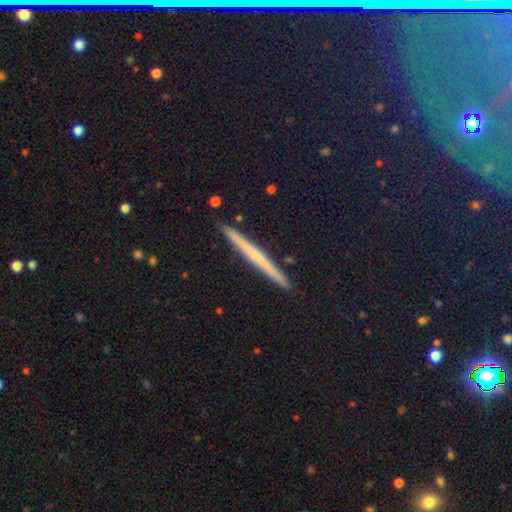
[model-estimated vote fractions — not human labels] Smooth or featured: featured or disk — 46% (smooth — 40%)
Merging: none — 92% (minor disturbance — 6%)